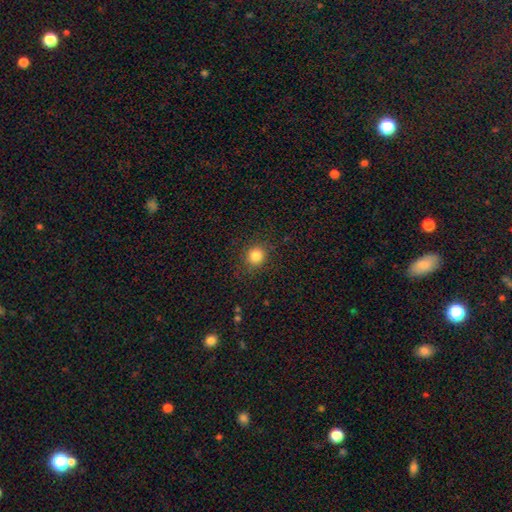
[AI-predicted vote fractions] Overall: smooth (84%). How rounded: round (89%). Merging: none (88%).